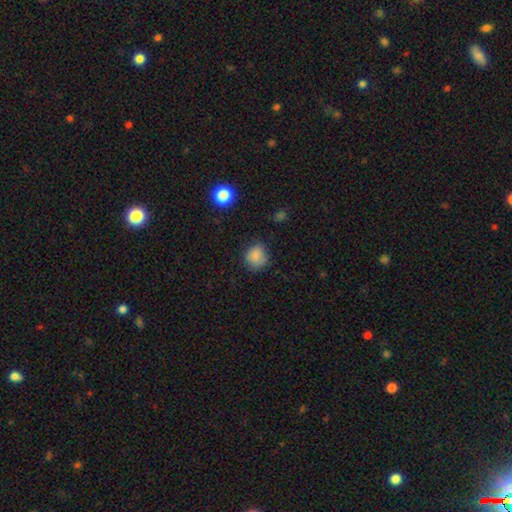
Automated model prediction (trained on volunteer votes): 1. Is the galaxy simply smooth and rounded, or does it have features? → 84% smooth, 11% star or artifact, 5% featured or disk.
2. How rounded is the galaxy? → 81% round, 18% in between, 1% cigar-shaped.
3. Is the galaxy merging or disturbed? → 72% none, 21% minor disturbance, 5% major disturbance, 2% merger.